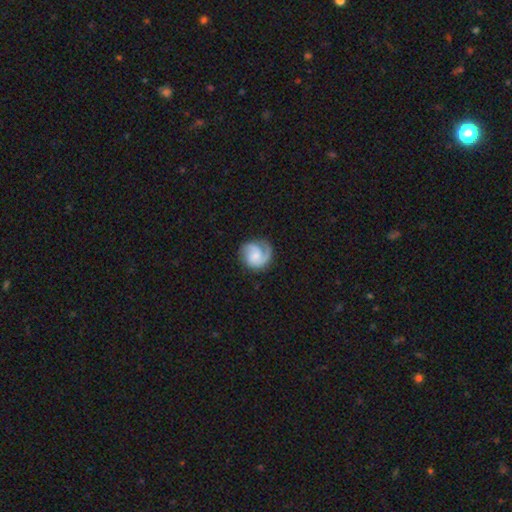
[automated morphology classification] Smooth or featured? featured or disk (73%)
Edge-on disk? no (98%)
Bar? no (65%)
Spiral arms? yes (95%)
Spiral winding? medium (43%)
Spiral arm count? 2 (54%)
Bulge size? small (50%)
Merging? none (71%)